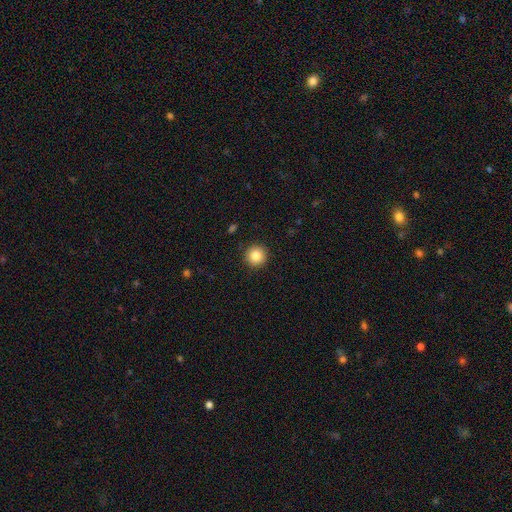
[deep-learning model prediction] Q: Smooth or featured?
A: smooth (85%); runner-up: star or artifact (10%)
Q: How rounded?
A: round (96%); runner-up: in between (3%)
Q: Merging?
A: none (92%); runner-up: minor disturbance (5%)